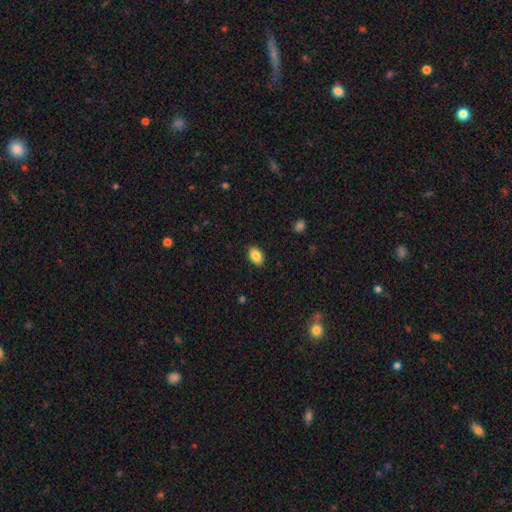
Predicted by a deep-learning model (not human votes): Q: Smooth or featured?
A: smooth (85%); runner-up: star or artifact (8%)
Q: How rounded?
A: in between (88%); runner-up: round (10%)
Q: Merging?
A: none (89%); runner-up: minor disturbance (9%)